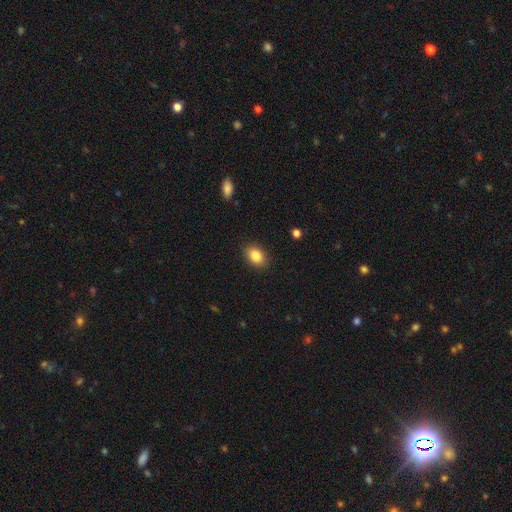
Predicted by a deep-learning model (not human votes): smooth 85%, star or artifact 9%, featured or disk 6%. Down the decision tree: how rounded — in between (79%); merging — none (87%).